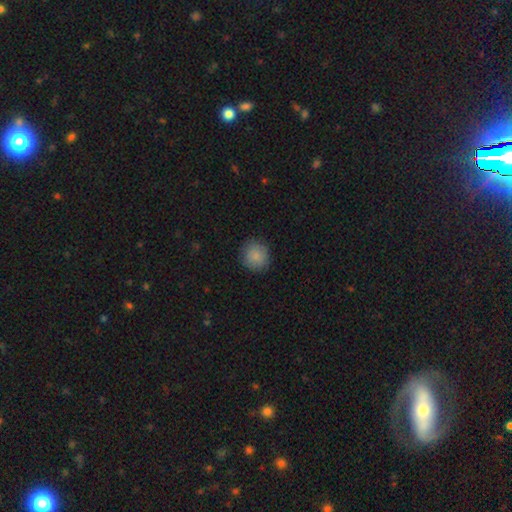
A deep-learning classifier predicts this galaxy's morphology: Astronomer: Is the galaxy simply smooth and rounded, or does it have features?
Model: smooth — 86%.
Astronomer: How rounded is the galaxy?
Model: round — 88%.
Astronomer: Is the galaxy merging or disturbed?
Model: none — 86%.